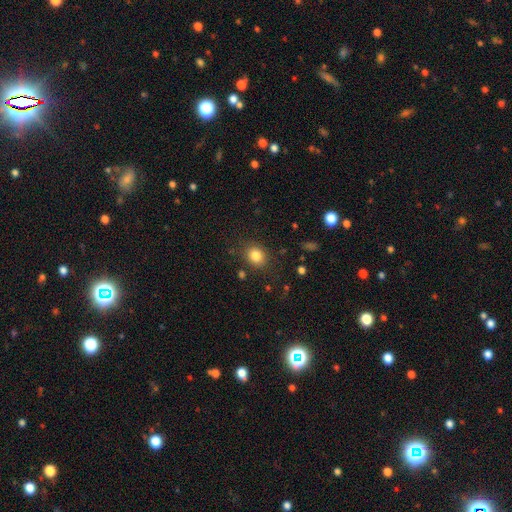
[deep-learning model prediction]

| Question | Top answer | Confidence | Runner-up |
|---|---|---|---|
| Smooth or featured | smooth | 82% | star or artifact (11%) |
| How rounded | round | 63% | in between (36%) |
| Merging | none | 83% | minor disturbance (11%) |